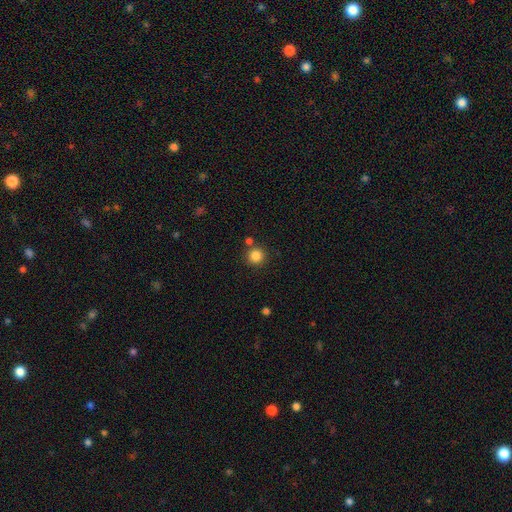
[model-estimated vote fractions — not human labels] Q: Smooth or featured?
A: smooth (85%); runner-up: star or artifact (11%)
Q: How rounded?
A: round (95%); runner-up: in between (4%)
Q: Merging?
A: none (82%); runner-up: merger (8%)